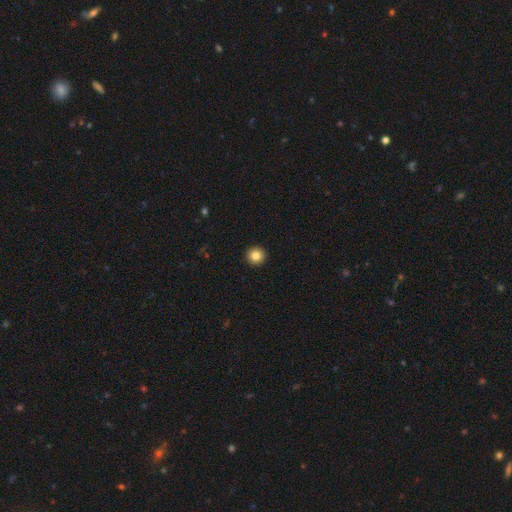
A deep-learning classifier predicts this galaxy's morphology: This is clearly a smooth galaxy (83%). How rounded: clearly round (95%). Merging: clearly none (94%).